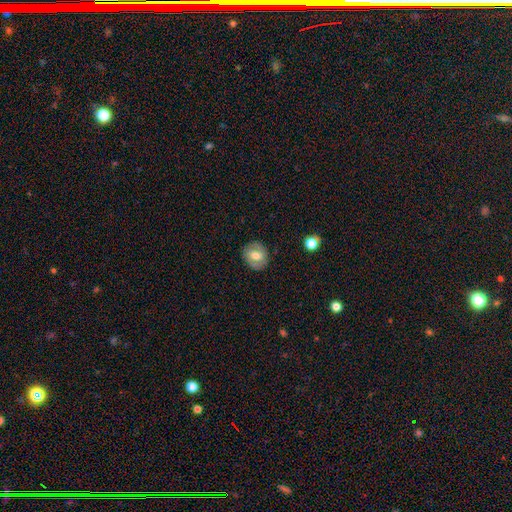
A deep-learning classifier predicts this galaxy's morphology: smooth_or_featured: smooth (p=0.54) [alt: featured or disk p=0.37]
how_rounded: round (p=0.69) [alt: in between p=0.30]
merging: none (p=0.84) [alt: minor disturbance p=0.12]